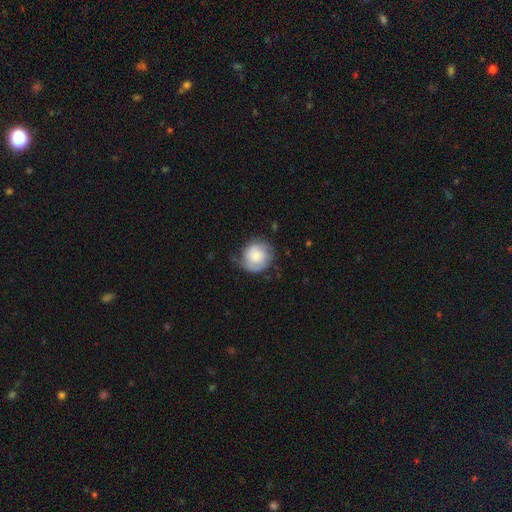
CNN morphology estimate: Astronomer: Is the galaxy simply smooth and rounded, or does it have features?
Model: smooth — 63%.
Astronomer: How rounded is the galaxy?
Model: round — 86%.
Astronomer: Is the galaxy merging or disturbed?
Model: none — 61%.